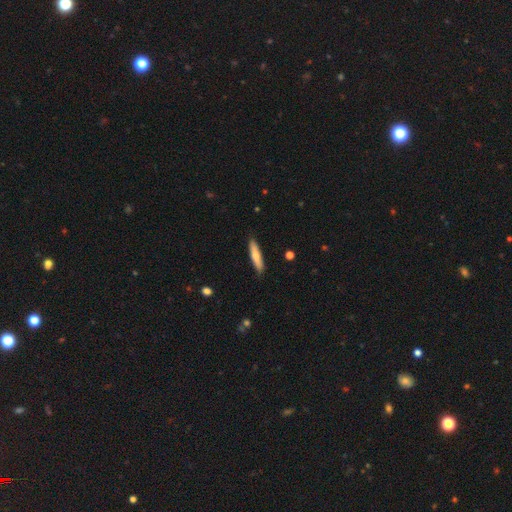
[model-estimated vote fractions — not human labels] Smooth or featured? Predicted: smooth (p=0.69). How rounded? Predicted: cigar-shaped (p=0.86). Merging? Predicted: none (p=0.89).